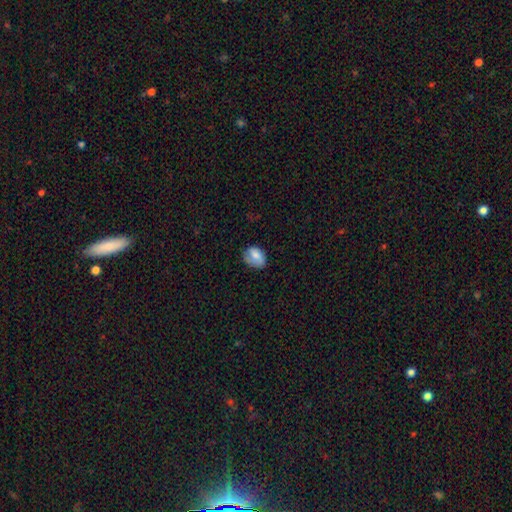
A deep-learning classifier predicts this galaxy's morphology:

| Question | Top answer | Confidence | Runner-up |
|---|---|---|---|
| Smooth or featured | smooth | 75% | featured or disk (18%) |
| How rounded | in between | 70% | round (29%) |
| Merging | none | 57% | minor disturbance (31%) |